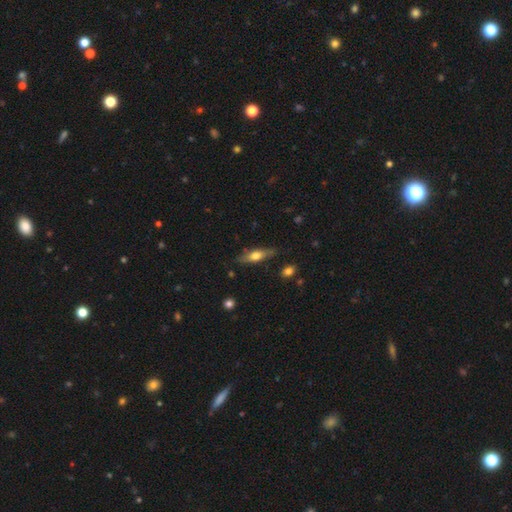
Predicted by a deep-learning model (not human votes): Morphology: type=smooth (53%); roundness=cigar-shaped (51%); merging=none (78%).